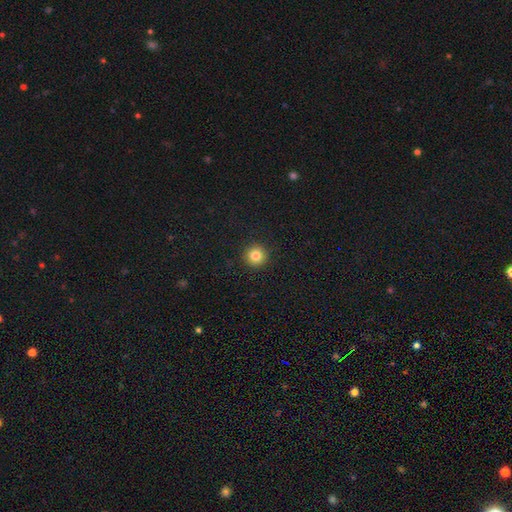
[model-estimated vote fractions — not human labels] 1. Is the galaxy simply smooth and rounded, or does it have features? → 83% smooth, 11% star or artifact, 5% featured or disk.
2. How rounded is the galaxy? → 96% round, 3% in between, 1% cigar-shaped.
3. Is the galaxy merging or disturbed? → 93% none, 4% minor disturbance, 2% major disturbance, 1% merger.